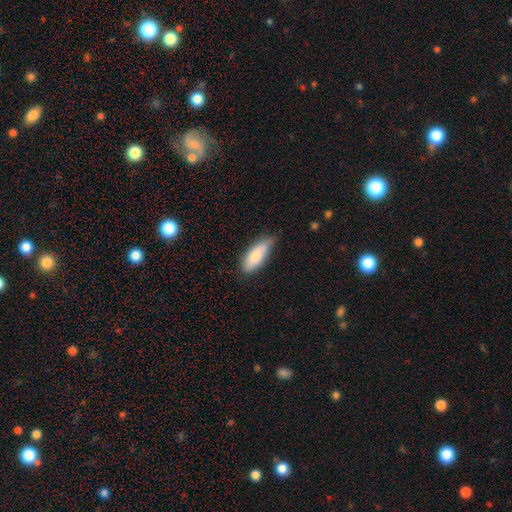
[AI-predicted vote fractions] smooth_or_featured: smooth (p=0.81) [alt: featured or disk p=0.13]
how_rounded: in between (p=0.73) [alt: cigar-shaped p=0.25]
merging: none (p=0.64) [alt: minor disturbance p=0.30]